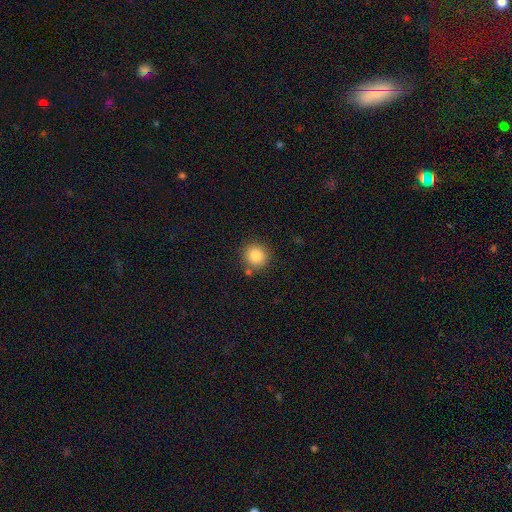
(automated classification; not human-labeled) smooth-or-featured: smooth: 84% | star or artifact: 10% | featured or disk: 6%
  how-rounded: round: 92% | in between: 7% | cigar-shaped: 1%
  merging: none: 82% | minor disturbance: 9% | merger: 6% | major disturbance: 3%